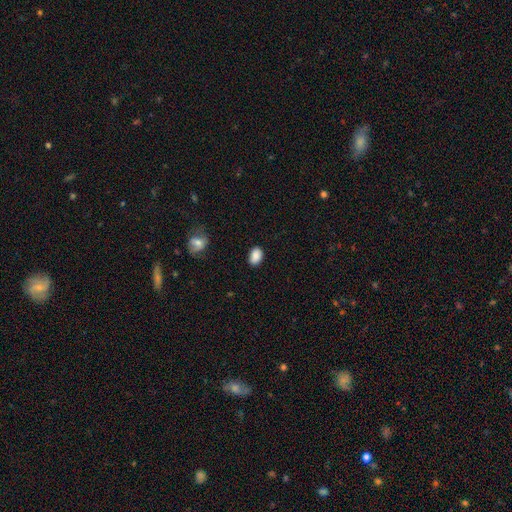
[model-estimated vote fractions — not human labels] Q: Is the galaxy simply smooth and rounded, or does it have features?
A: smooth — 88%.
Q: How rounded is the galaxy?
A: in between — 84%.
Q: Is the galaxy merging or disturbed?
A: none — 86%.